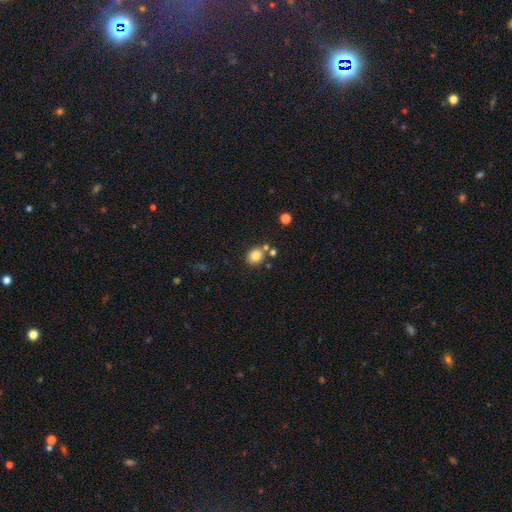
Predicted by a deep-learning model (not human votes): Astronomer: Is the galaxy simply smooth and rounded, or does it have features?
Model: smooth — 81%.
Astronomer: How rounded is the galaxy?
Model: round — 66%.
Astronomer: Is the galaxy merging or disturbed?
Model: none — 72%.